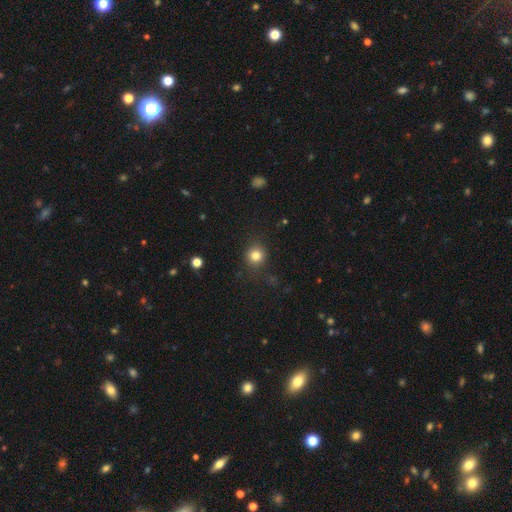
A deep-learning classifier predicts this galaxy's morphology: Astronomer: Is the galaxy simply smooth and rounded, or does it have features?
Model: smooth — 81%.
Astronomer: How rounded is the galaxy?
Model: round — 89%.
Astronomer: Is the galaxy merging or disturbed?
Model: none — 86%.